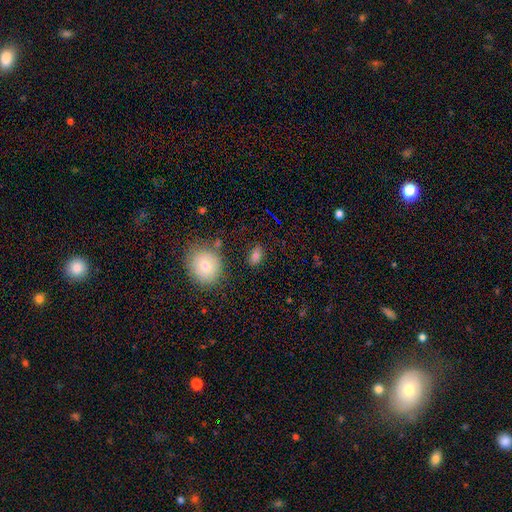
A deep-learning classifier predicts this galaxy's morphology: The model was most divided on "how rounded": in between: 80%, round: 18%, cigar-shaped: 3%. More confident: merging — none (82%); smooth or featured — smooth (81%).